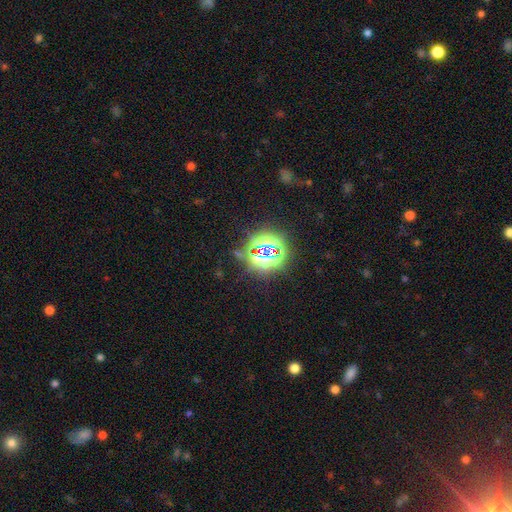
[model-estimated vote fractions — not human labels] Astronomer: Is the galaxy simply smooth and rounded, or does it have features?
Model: star or artifact — 75%.